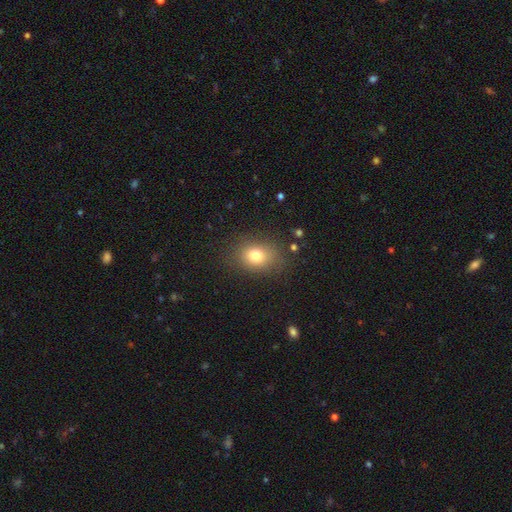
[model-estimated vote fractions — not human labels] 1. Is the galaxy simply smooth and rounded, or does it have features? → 77% smooth, 13% star or artifact, 10% featured or disk.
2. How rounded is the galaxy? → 55% in between, 43% round, 1% cigar-shaped.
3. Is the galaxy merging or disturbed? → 81% none, 12% minor disturbance, 5% major disturbance, 1% merger.